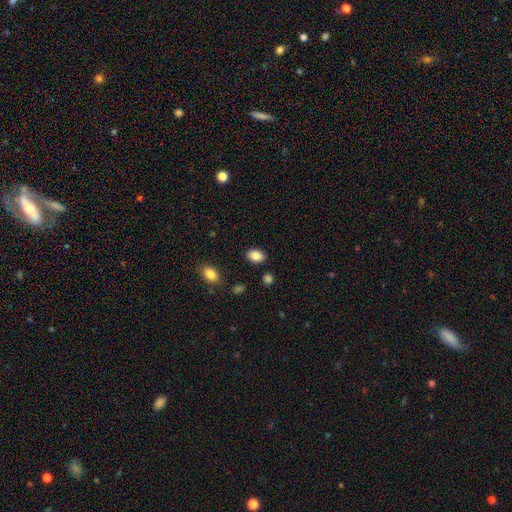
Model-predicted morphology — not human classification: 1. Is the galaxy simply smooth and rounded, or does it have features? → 86% smooth, 8% star or artifact, 6% featured or disk.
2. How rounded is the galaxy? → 77% in between, 22% round, 1% cigar-shaped.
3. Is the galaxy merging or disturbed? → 86% none, 9% minor disturbance, 3% major disturbance, 2% merger.